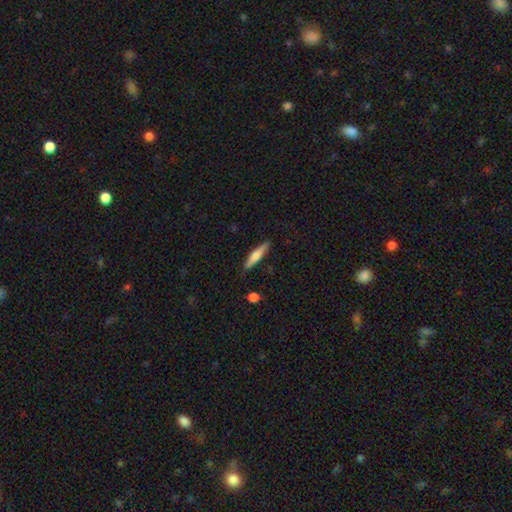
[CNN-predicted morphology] smooth-or-featured: smooth: 57% | featured or disk: 37% | star or artifact: 6%
  how-rounded: cigar-shaped: 84% | in between: 14% | round: 2%
  merging: none: 86% | minor disturbance: 10% | major disturbance: 2% | merger: 2%